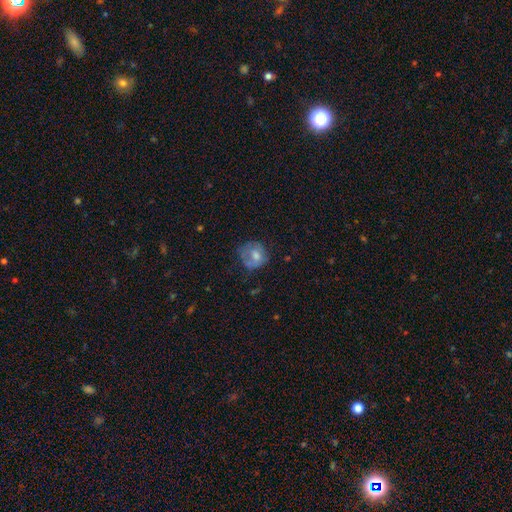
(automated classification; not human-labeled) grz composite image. It shows a smooth galaxy with no disk features (57%) that is round (75%). Merging: none (50%).